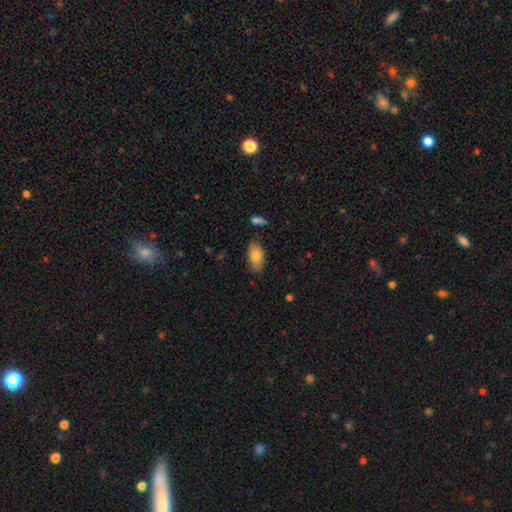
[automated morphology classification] The model was most divided on "merging": none: 77%, minor disturbance: 16%, merger: 3%, major disturbance: 3%. More confident: how rounded — in between (93%); smooth or featured — smooth (80%).